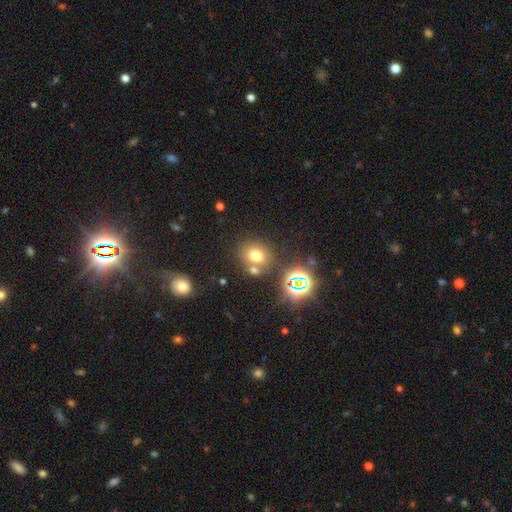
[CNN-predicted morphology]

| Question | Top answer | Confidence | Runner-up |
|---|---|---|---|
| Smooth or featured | smooth | 67% | star or artifact (23%) |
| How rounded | round | 71% | in between (28%) |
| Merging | none | 64% | merger (22%) |